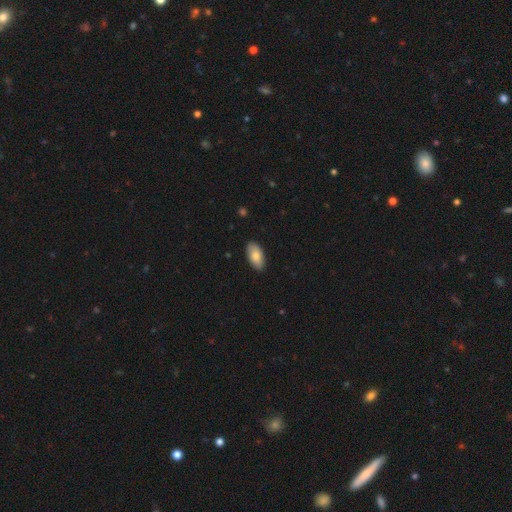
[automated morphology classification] Smooth or featured?
  - smooth: 84% *
  - featured or disk: 10%
  - star or artifact: 6%
How rounded?
  - in between: 94% *
  - cigar-shaped: 4%
  - round: 2%
Merging?
  - none: 88% *
  - minor disturbance: 9%
  - major disturbance: 2%
  - merger: 1%